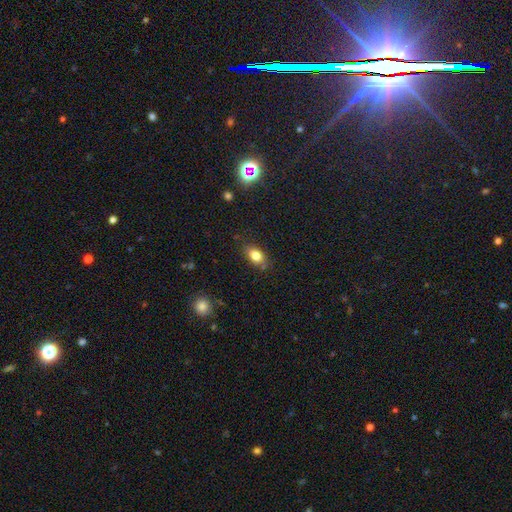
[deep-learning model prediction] Morphology: type=smooth (80%); roundness=in between (82%); merging=none (76%).